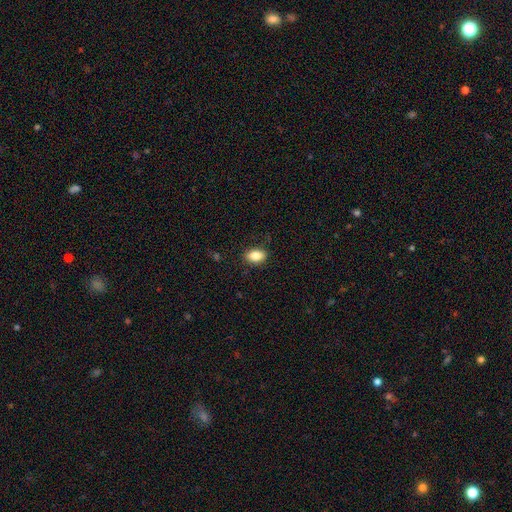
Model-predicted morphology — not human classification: A smooth galaxy with no disk features (85%) that is in between round and cigar-shaped (86%). Merging: none (86%).